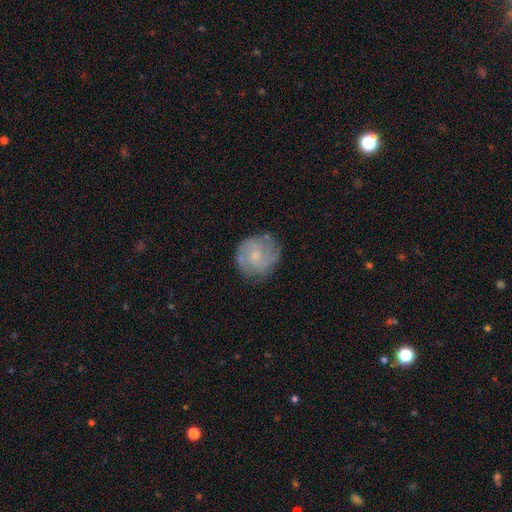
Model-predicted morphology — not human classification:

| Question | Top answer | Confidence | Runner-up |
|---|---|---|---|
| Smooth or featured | featured or disk | 53% | smooth (40%) |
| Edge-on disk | no | 98% | yes (2%) |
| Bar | no | 66% | weak (30%) |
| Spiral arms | yes | 79% | no (21%) |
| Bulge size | small | 58% | moderate (29%) |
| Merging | none | 73% | minor disturbance (19%) |